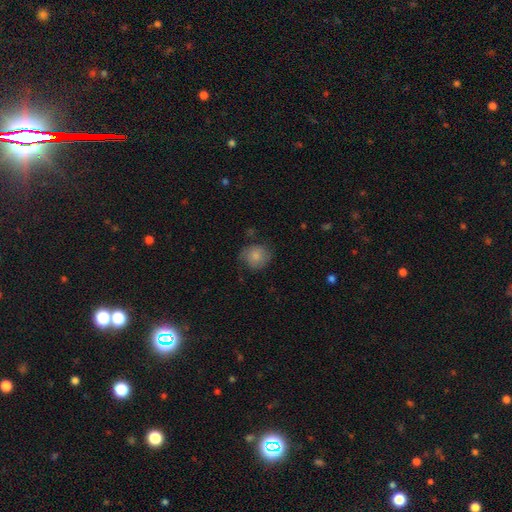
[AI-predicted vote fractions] Smooth or featured?
  - smooth: 80% *
  - featured or disk: 12%
  - star or artifact: 8%
How rounded?
  - round: 79% *
  - in between: 20%
  - cigar-shaped: 1%
Merging?
  - none: 67% *
  - minor disturbance: 24%
  - major disturbance: 7%
  - merger: 2%